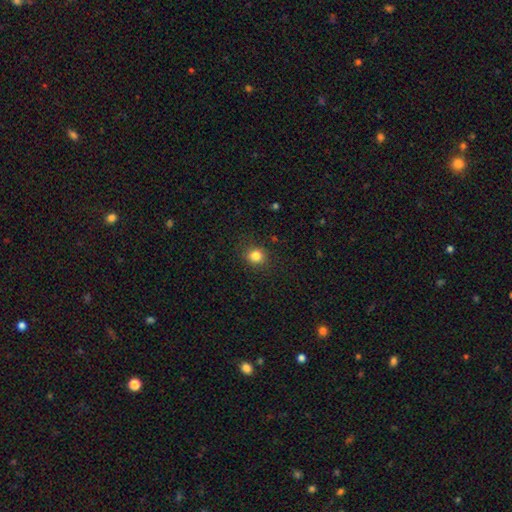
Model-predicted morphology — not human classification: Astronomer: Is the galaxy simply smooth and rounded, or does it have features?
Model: smooth — 83%.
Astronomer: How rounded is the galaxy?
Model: round — 81%.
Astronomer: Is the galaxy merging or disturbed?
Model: none — 86%.